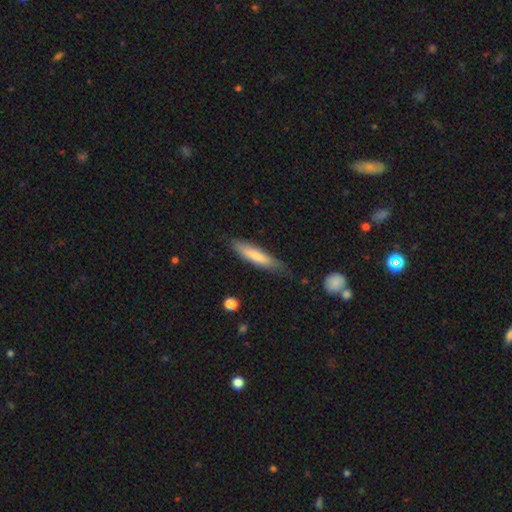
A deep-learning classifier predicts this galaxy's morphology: smooth 71%, featured or disk 23%, star or artifact 5%. Down the decision tree: how rounded — cigar-shaped (81%); merging — none (72%).